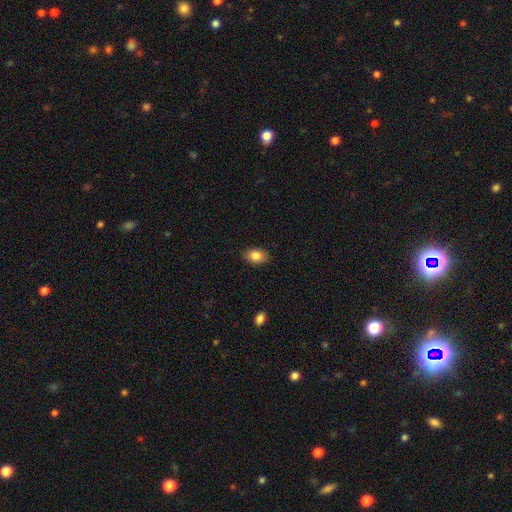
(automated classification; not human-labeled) The model was most divided on "how rounded": in between: 85%, round: 13%, cigar-shaped: 1%. More confident: merging — none (87%); smooth or featured — smooth (84%).